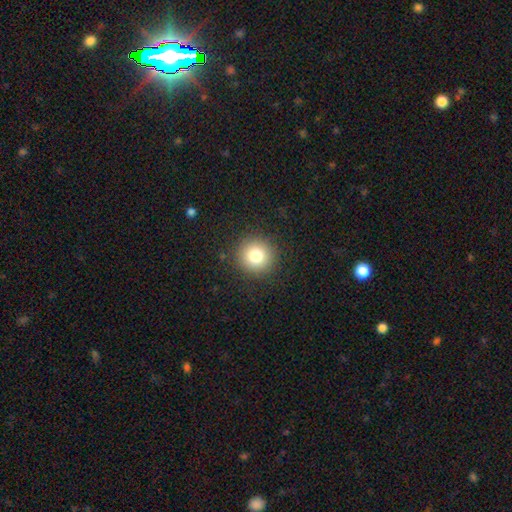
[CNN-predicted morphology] Overall: smooth (80%). How rounded: round (93%). Merging: none (91%).